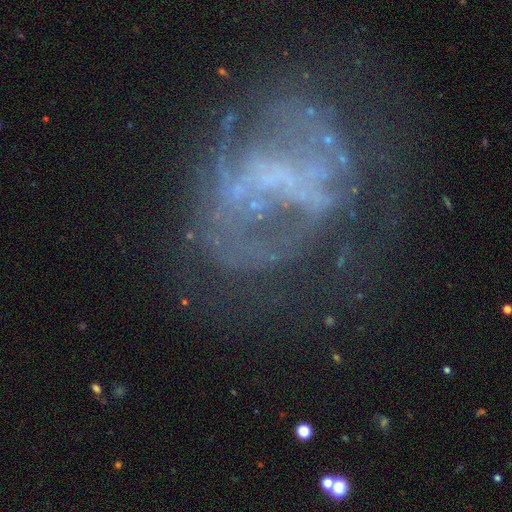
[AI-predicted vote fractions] This appears to be a featured or disk galaxy (70%) with no bar (62%), no spiral arms (58%) and no central bulge (62%). Merging: none (48%).